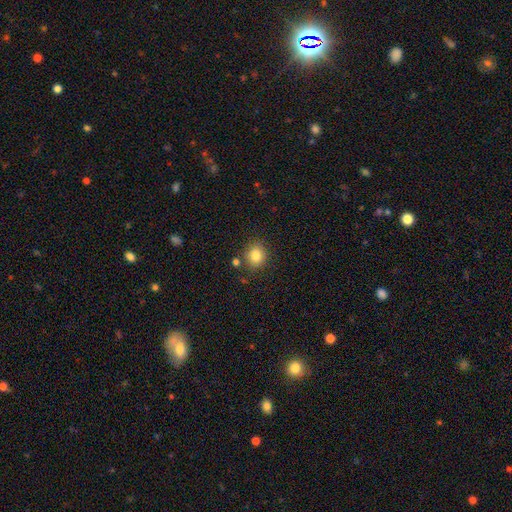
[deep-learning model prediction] Smooth or featured?
  - smooth: 83% *
  - star or artifact: 11%
  - featured or disk: 6%
How rounded?
  - round: 77% *
  - in between: 23%
  - cigar-shaped: 1%
Merging?
  - none: 82% *
  - minor disturbance: 10%
  - merger: 5%
  - major disturbance: 3%